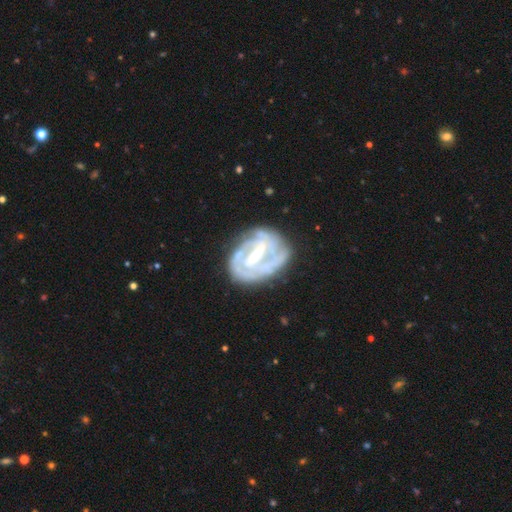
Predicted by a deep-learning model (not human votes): The model was most divided on "bulge size": moderate: 45%, small: 42%, none: 7%, large: 4%, dominant: 1%. Remaining: edge-on disk — no (97%); spiral arms — yes (86%); smooth or featured — featured or disk (83%); merging — none (64%); spiral winding — tight (59%); bar — strong (50%); spiral arm count — 2 (40%).